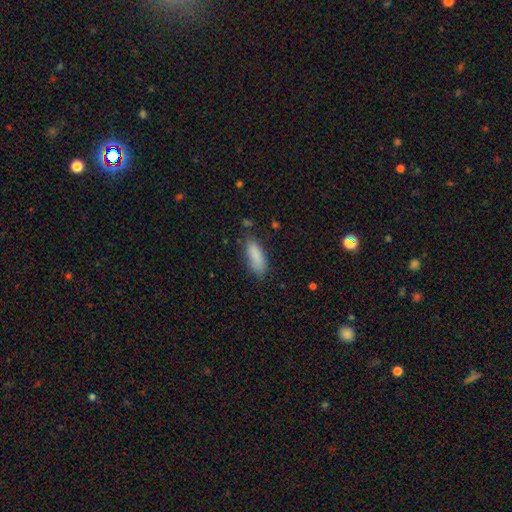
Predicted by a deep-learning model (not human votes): A smooth galaxy with no disk features (88%) that is in between round and cigar-shaped (69%).

Vote fractions:
- Smooth or featured? smooth: 88% / star or artifact: 7% / featured or disk: 6%
- How rounded? in between: 69% / cigar-shaped: 29% / round: 2%
- Merging? none: 75% / minor disturbance: 18% / major disturbance: 4% / merger: 2%